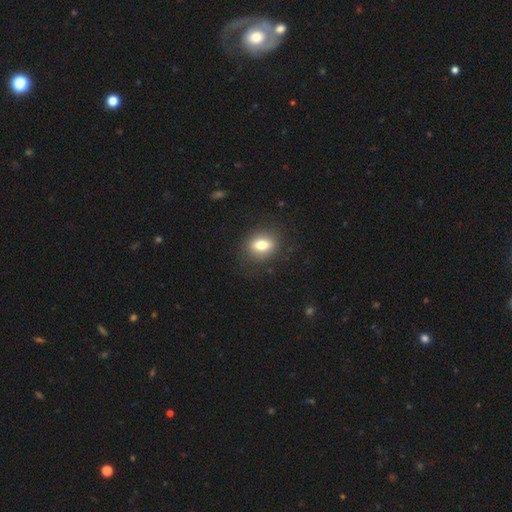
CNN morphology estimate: smooth 73%, star or artifact 16%, featured or disk 11%. Down the decision tree: how rounded — in between (50%); merging — none (86%).